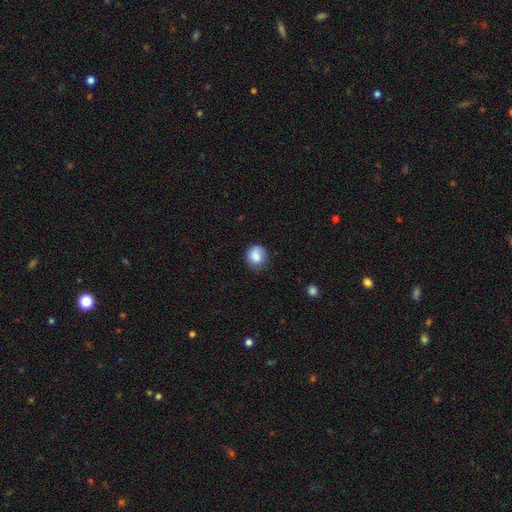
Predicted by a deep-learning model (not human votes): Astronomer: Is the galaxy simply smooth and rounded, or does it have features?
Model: smooth — 84%.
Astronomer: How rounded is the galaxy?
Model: round — 80%.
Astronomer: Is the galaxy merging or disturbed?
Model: none — 74%.